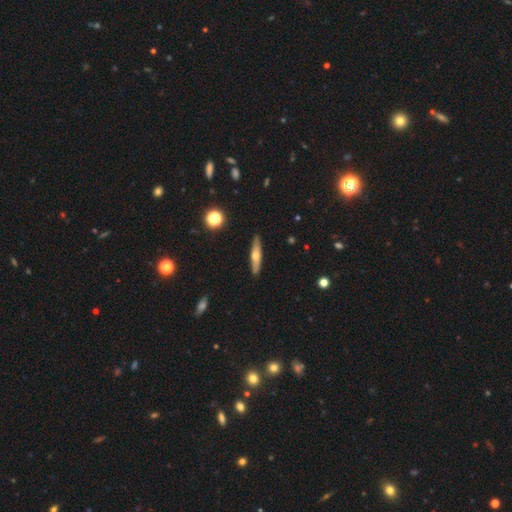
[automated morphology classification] Smooth or featured?
  - featured or disk: 47% *
  - smooth: 46%
  - star or artifact: 7%
Merging?
  - none: 90% *
  - minor disturbance: 8%
  - major disturbance: 2%
  - merger: 1%